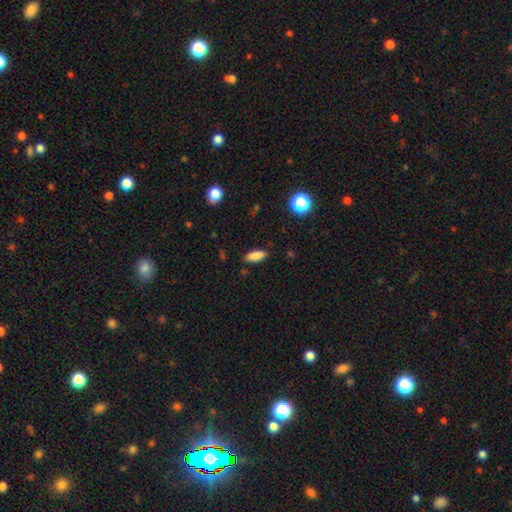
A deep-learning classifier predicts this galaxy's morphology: Smooth or featured? smooth (85%)
How rounded? in between (74%)
Merging? none (86%)